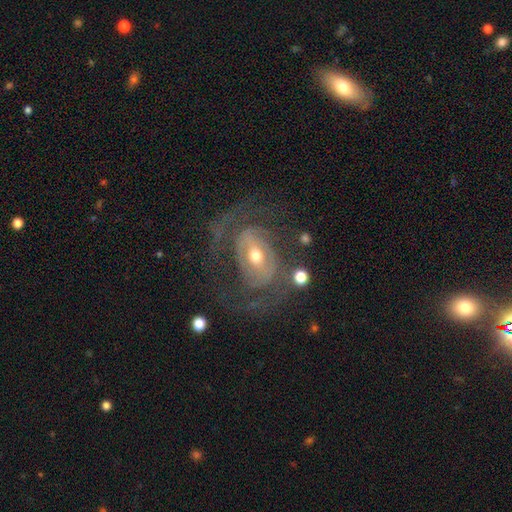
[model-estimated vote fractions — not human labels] smooth-or-featured: featured or disk: 84% | smooth: 10% | star or artifact: 6%
  disk-edge-on: no: 96% | yes: 4%
    bar: weak: 42% | strong: 29% | no: 29%
    has-spiral-arms: yes: 85% | no: 15%
      spiral-winding: medium: 42% | tight: 39% | loose: 18%
      spiral-arm-count: 2: 52% | can't tell: 22% | 3: 12% | 1: 6% | 4: 4% | more than 4: 3%
    bulge-size: moderate: 64% | small: 30% | large: 4% | dominant: 1% | none: 1%
  merging: none: 59% | major disturbance: 21% | minor disturbance: 17% | merger: 3%